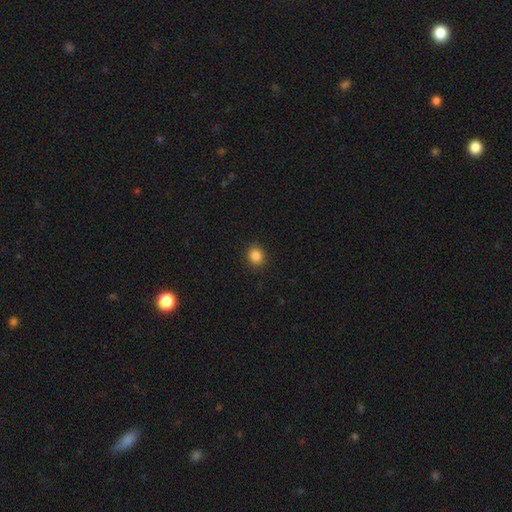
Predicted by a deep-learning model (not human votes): smooth 85%, star or artifact 11%, featured or disk 4%. Down the decision tree: how rounded — round (80%); merging — none (91%).